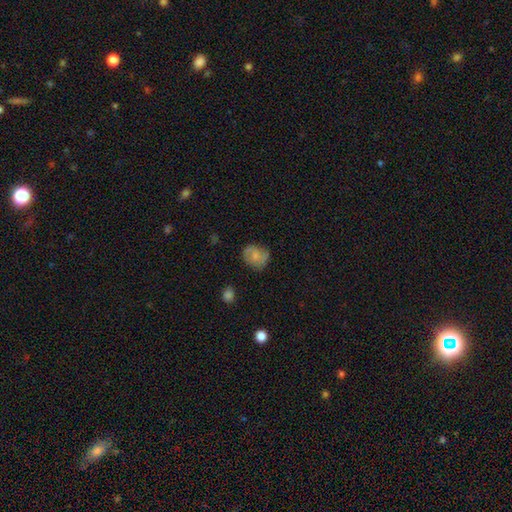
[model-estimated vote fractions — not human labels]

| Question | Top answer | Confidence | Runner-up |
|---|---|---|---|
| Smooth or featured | smooth | 54% | featured or disk (37%) |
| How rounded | round | 67% | in between (32%) |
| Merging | none | 70% | minor disturbance (22%) |